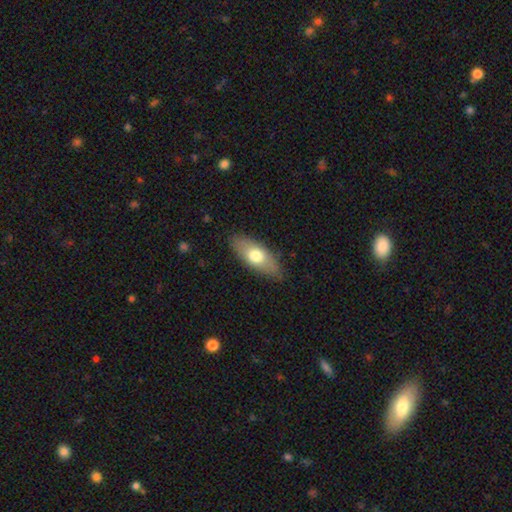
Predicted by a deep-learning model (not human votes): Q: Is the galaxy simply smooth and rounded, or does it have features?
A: smooth — 67%.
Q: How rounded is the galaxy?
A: in between — 77%.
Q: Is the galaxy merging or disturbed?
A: none — 84%.